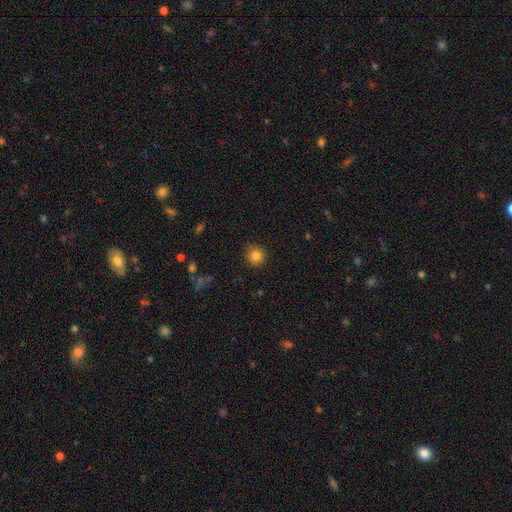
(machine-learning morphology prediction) A smooth galaxy with no disk features (83%) that is round (91%). Merging: none (85%).